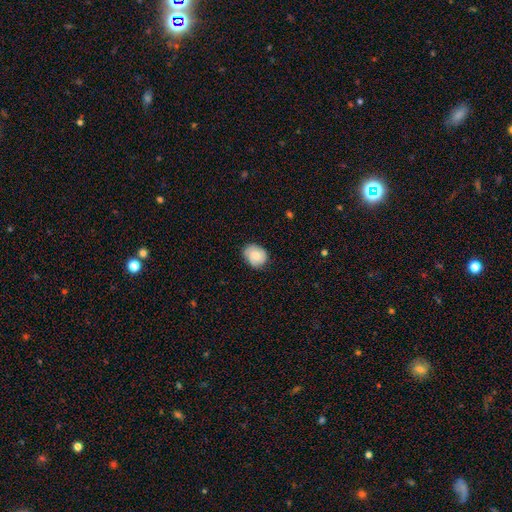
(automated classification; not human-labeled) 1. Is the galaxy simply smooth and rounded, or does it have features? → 73% smooth, 19% featured or disk, 8% star or artifact.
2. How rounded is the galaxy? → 60% round, 39% in between, 1% cigar-shaped.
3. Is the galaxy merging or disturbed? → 76% none, 19% minor disturbance, 3% major disturbance, 1% merger.